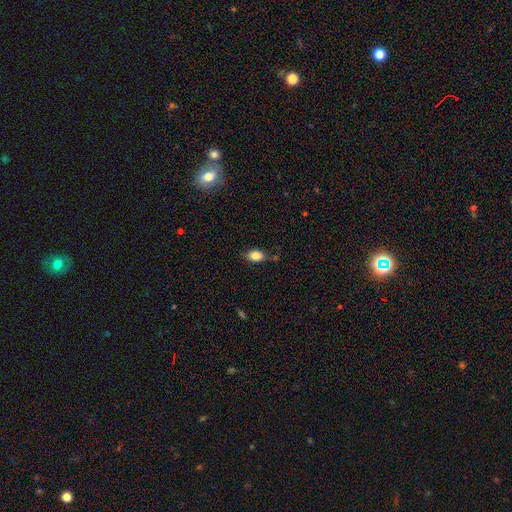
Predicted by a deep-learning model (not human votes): Smooth or featured? Predicted: smooth (p=0.84). How rounded? Predicted: in between (p=0.83). Merging? Predicted: none (p=0.75).